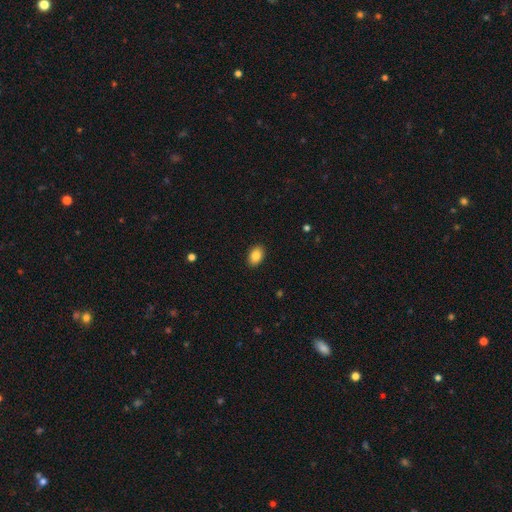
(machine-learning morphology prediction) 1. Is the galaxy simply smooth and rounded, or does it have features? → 87% smooth, 8% star or artifact, 6% featured or disk.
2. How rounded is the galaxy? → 86% in between, 13% round, 1% cigar-shaped.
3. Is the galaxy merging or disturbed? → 90% none, 7% minor disturbance, 2% major disturbance, 1% merger.